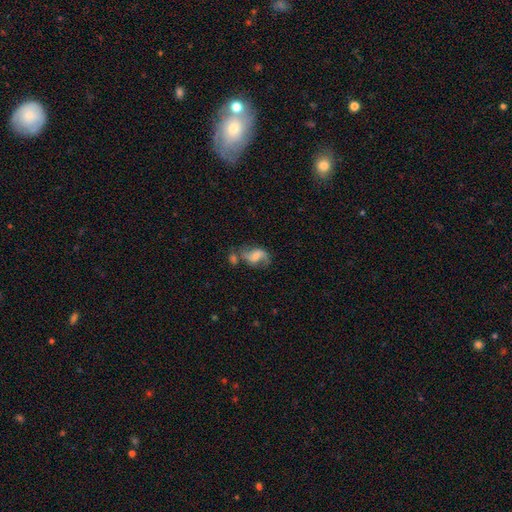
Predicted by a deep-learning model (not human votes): Q: Smooth or featured?
A: featured or disk (67%); runner-up: smooth (24%)
Q: Edge-on disk?
A: no (97%); runner-up: yes (3%)
Q: Bar?
A: weak (45%); runner-up: no (40%)
Q: Spiral arms?
A: yes (89%); runner-up: no (11%)
Q: Spiral winding?
A: loose (57%); runner-up: medium (34%)
Q: Spiral arm count?
A: 2 (81%); runner-up: 1 (10%)
Q: Bulge size?
A: moderate (43%); runner-up: small (41%)
Q: Merging?
A: none (43%); runner-up: merger (22%)